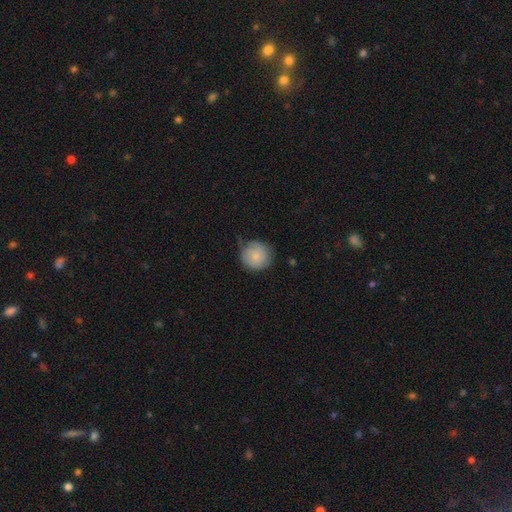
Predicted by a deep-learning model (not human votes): Overall: smooth (80%). How rounded: round (91%). Merging: none (59%; minor disturbance 31%).